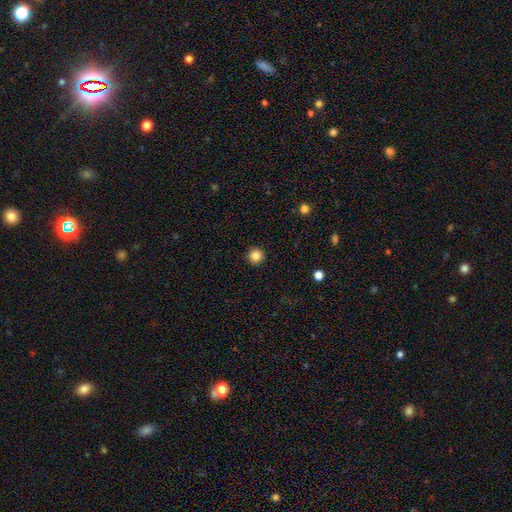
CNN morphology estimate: This is clearly a smooth galaxy (84%). How rounded: clearly round (96%). Merging: clearly none (93%).